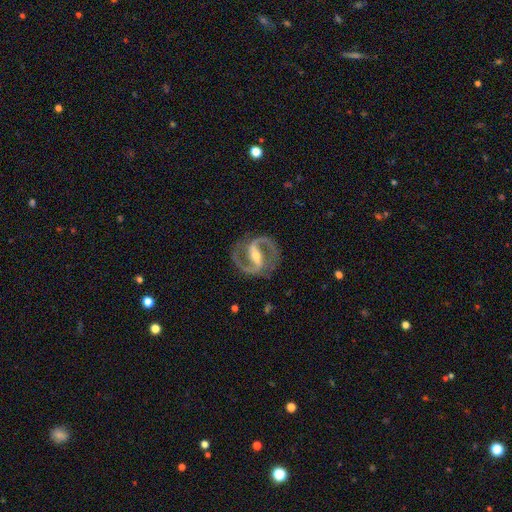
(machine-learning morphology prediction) smooth-or-featured: featured or disk: 93% | star or artifact: 4% | smooth: 3%
  disk-edge-on: no: 97% | yes: 3%
    bar: strong: 68% | weak: 23% | no: 8%
    has-spiral-arms: yes: 97% | no: 3%
      spiral-winding: medium: 63% | tight: 22% | loose: 14%
      spiral-arm-count: 2: 94% | can't tell: 1% | 1: 1% | 3: 1% | 4: 1% | more than 4: 1%
    bulge-size: moderate: 49% | small: 46% | large: 2% | none: 1% | dominant: 1%
  merging: none: 86% | minor disturbance: 9% | major disturbance: 4% | merger: 1%